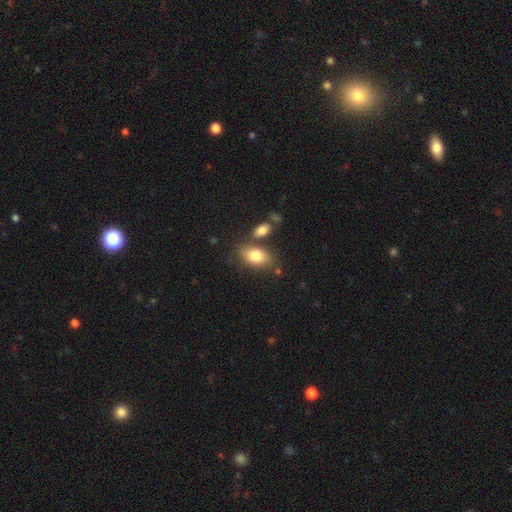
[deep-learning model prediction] Morphology: type=smooth (80%); roundness=in between (88%); merging=none (67%).